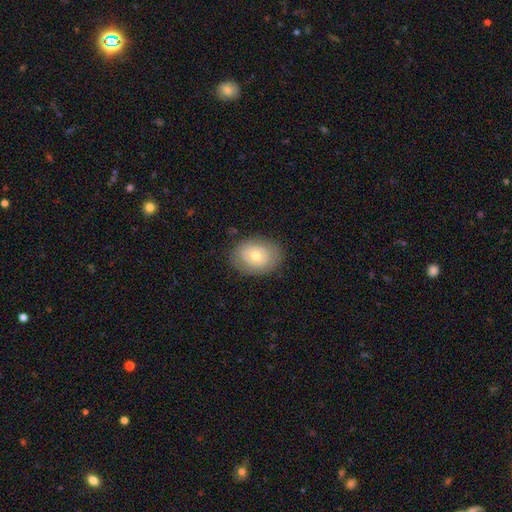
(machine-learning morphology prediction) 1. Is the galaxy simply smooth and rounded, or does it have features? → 55% smooth, 38% featured or disk, 7% star or artifact.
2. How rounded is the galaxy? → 55% in between, 44% round, 1% cigar-shaped.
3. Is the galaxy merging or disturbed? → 82% none, 13% minor disturbance, 5% major disturbance, 1% merger.